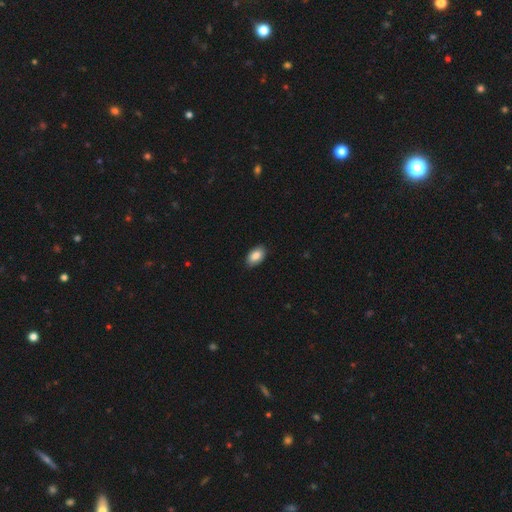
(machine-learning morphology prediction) smooth-or-featured: smooth: 86% | featured or disk: 8% | star or artifact: 7%
  how-rounded: in between: 93% | round: 5% | cigar-shaped: 1%
  merging: none: 88% | minor disturbance: 10% | major disturbance: 2% | merger: 1%